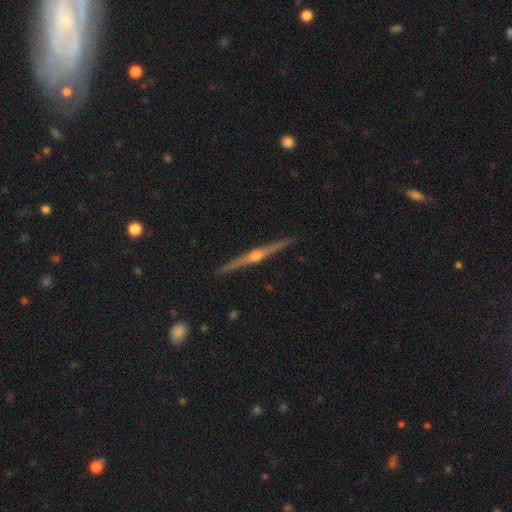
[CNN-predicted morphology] Smooth or featured: featured or disk — 87% (smooth — 8%)
Edge-on disk: yes — 99% (no — 1%)
Edge-on bulge: rounded — 92% (none — 4%)
Merging: none — 93% (minor disturbance — 5%)